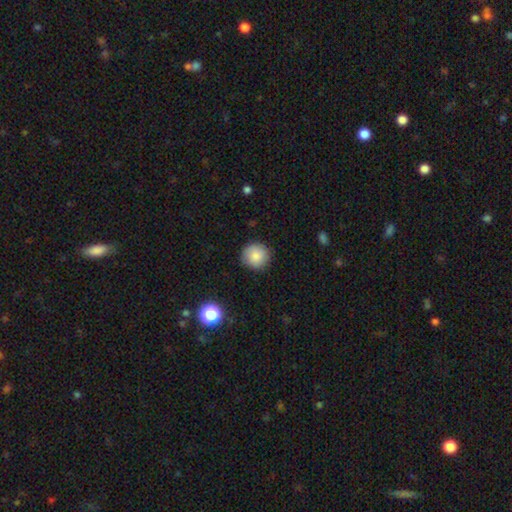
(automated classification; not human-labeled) Smooth or featured?
  - smooth: 83% *
  - star or artifact: 9%
  - featured or disk: 8%
How rounded?
  - round: 93% *
  - in between: 6%
  - cigar-shaped: 1%
Merging?
  - none: 86% *
  - minor disturbance: 10%
  - major disturbance: 2%
  - merger: 1%